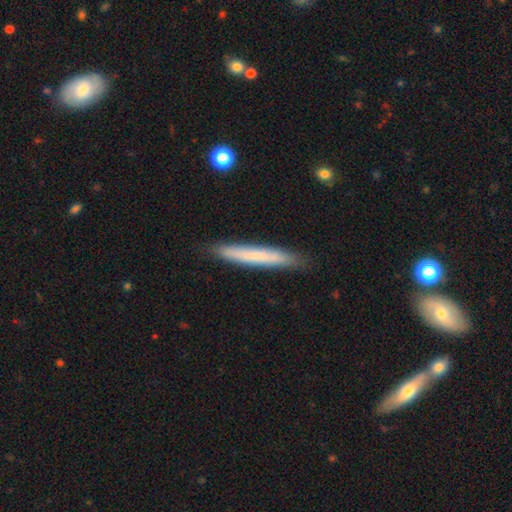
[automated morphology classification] smooth_or_featured: smooth (p=0.66) [alt: featured or disk p=0.27]
how_rounded: cigar-shaped (p=0.95) [alt: in between p=0.03]
merging: none (p=0.88) [alt: minor disturbance p=0.09]